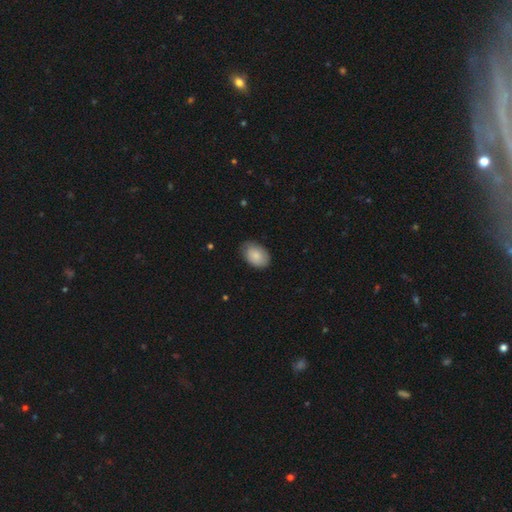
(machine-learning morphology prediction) Smooth or featured? Predicted: smooth (p=0.84). How rounded? Predicted: in between (p=0.85). Merging? Predicted: none (p=0.73).